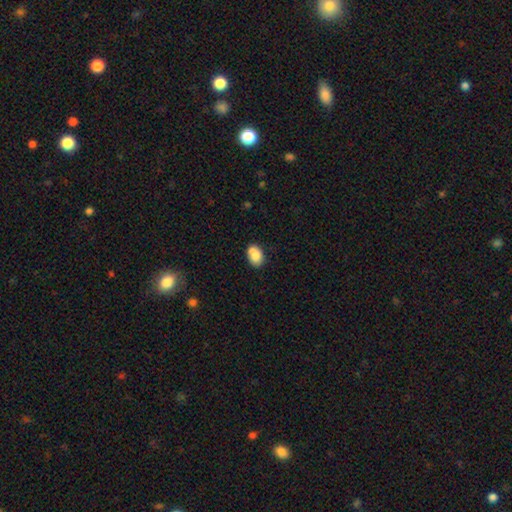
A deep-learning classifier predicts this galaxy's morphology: Q: Smooth or featured?
A: smooth (77%); runner-up: featured or disk (15%)
Q: How rounded?
A: in between (72%); runner-up: round (27%)
Q: Merging?
A: none (44%); runner-up: merger (37%)